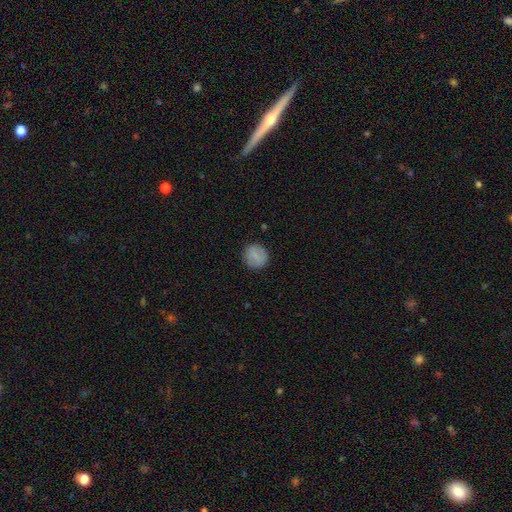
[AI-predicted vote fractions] smooth 81%, featured or disk 11%, star or artifact 8%. Down the decision tree: how rounded — round (86%); merging — none (87%).